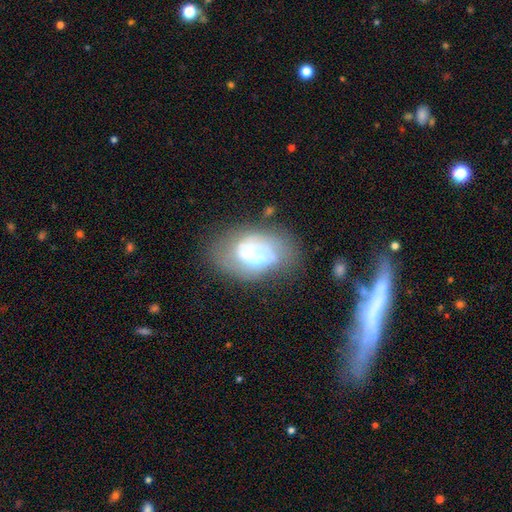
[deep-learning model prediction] This is possibly a featured or disk galaxy (56%). It is clearly not viewed edge-on (96%). Bar: likely no (63%). Spiral arm pattern: possibly no (58%). Central bulge: marginally moderate (31%). Merging: marginally none (41%).